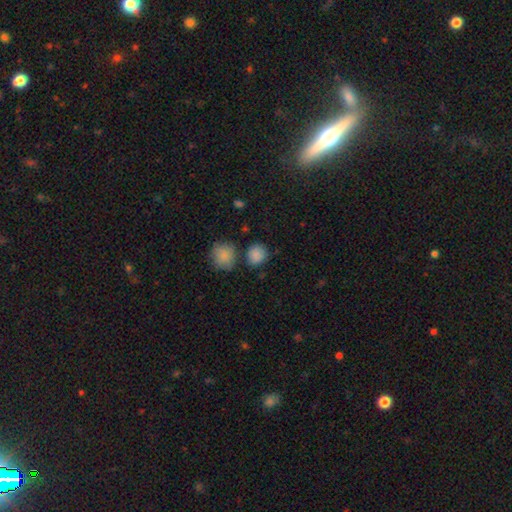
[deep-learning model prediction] Q: Smooth or featured?
A: smooth (85%); runner-up: star or artifact (10%)
Q: How rounded?
A: round (77%); runner-up: in between (22%)
Q: Merging?
A: none (69%); runner-up: merger (14%)